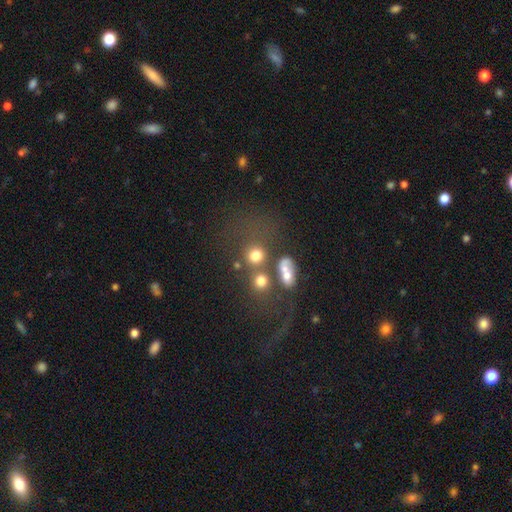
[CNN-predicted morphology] This appears to be a smooth galaxy with no disk features (74%) that is round (79%). Merging: none (46%).